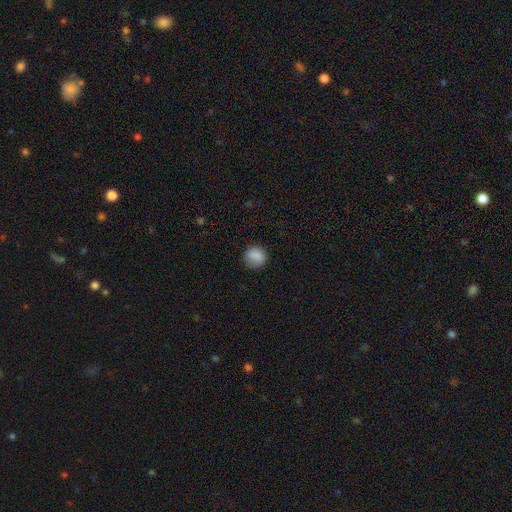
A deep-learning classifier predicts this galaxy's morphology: Smooth or featured? Predicted: smooth (p=0.87). How rounded? Predicted: round (p=0.85). Merging? Predicted: none (p=0.84).